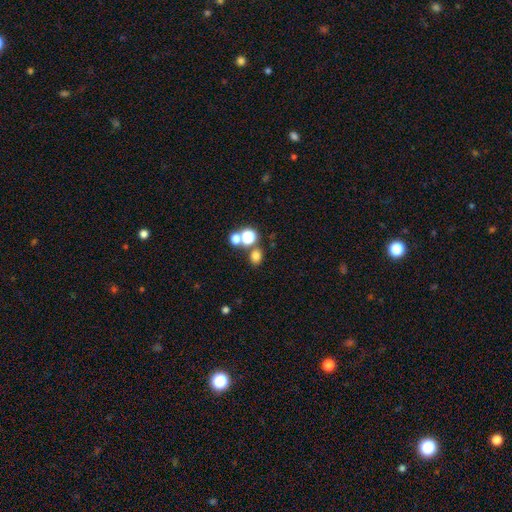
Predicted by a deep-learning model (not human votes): A smooth galaxy with no disk features (72%) that is round (70%).

Vote fractions:
- Smooth or featured? smooth: 72% / star or artifact: 21% / featured or disk: 7%
- How rounded? round: 70% / in between: 29% / cigar-shaped: 1%
- Merging? none: 68% / merger: 21% / minor disturbance: 8% / major disturbance: 4%